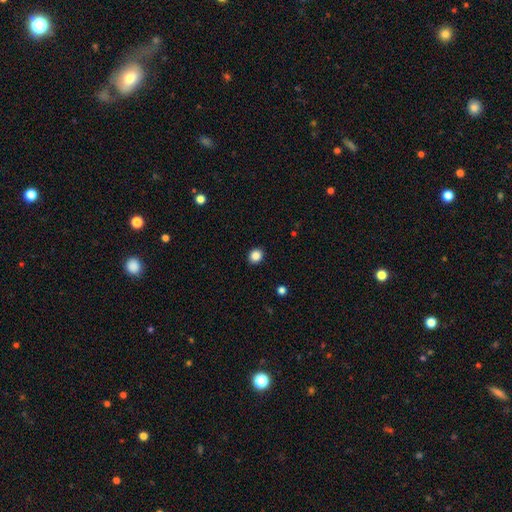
A smooth galaxy with no disk features (89%) that is round (76%).

Vote fractions:
- Smooth or featured? smooth: 89% / featured or disk: 5% / star or artifact: 5%
- How rounded? round: 76% / in between: 24% / cigar-shaped: 0%
- Merging? none: 97% / minor disturbance: 3% / major disturbance: 0% / merger: 0%